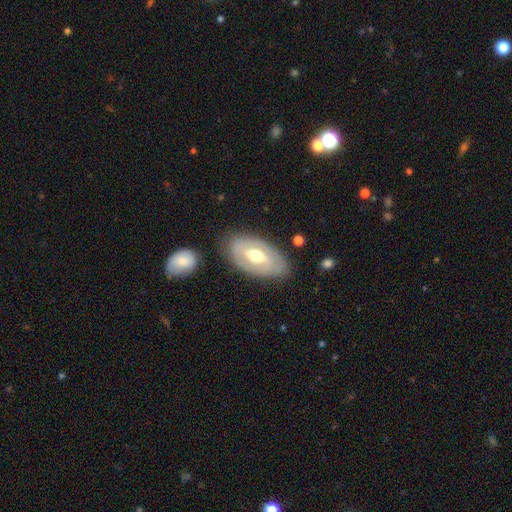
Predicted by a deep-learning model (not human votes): This appears to be a featured or disk galaxy (59%) with no bar (42%), no spiral arms (70%) and a moderate central bulge (73%). Merging: none (79%).